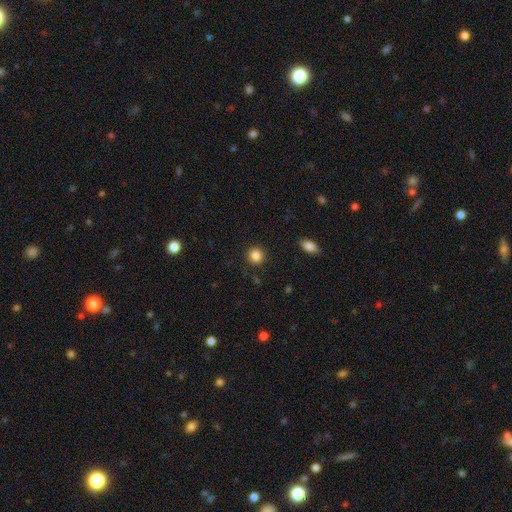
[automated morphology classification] A smooth galaxy with no disk features (86%) that is round (91%).

Vote fractions:
- Smooth or featured? smooth: 86% / star or artifact: 10% / featured or disk: 4%
- How rounded? round: 91% / in between: 8% / cigar-shaped: 1%
- Merging? none: 91% / minor disturbance: 6% / major disturbance: 2% / merger: 1%